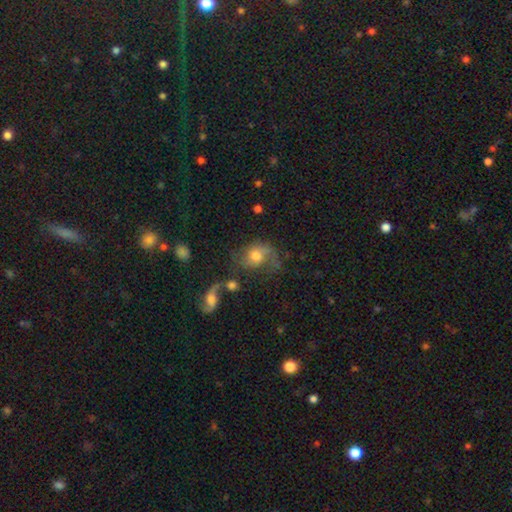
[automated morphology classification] smooth 48%, featured or disk 41%, star or artifact 11%. Down the decision tree: merging — none (38%).